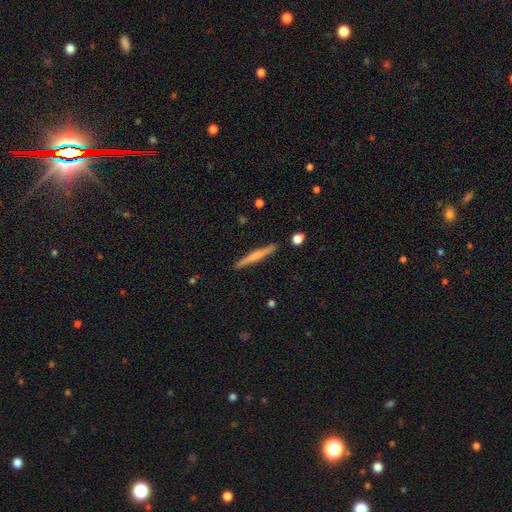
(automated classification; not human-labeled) smooth-or-featured: smooth: 50% | featured or disk: 44% | star or artifact: 6%
  how-rounded: cigar-shaped: 96% | in between: 3% | round: 1%
  merging: none: 90% | minor disturbance: 7% | merger: 2% | major disturbance: 1%